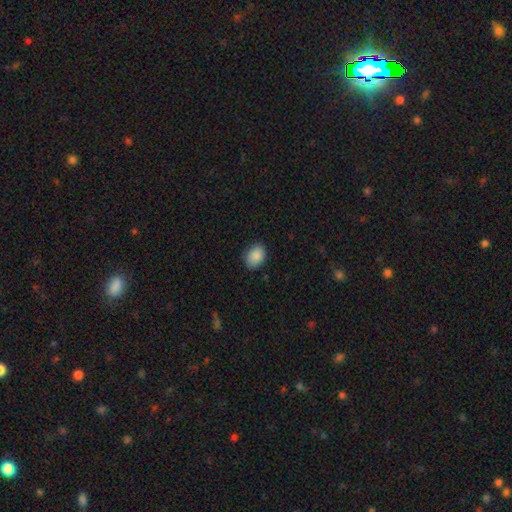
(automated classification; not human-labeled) Q: Smooth or featured?
A: smooth (88%); runner-up: star or artifact (7%)
Q: How rounded?
A: in between (73%); runner-up: round (26%)
Q: Merging?
A: none (84%); runner-up: minor disturbance (13%)